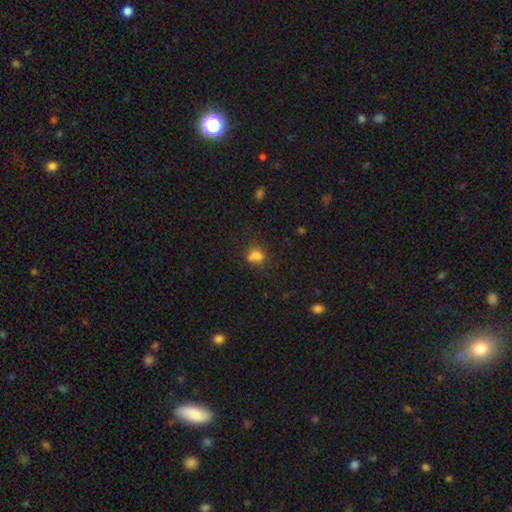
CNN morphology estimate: smooth_or_featured: smooth (p=0.73) [alt: star or artifact p=0.16]
how_rounded: in between (p=0.51) [alt: round p=0.46]
merging: none (p=0.44) [alt: merger p=0.23]